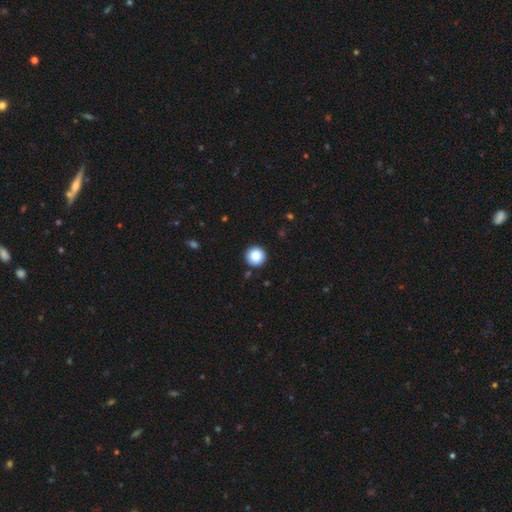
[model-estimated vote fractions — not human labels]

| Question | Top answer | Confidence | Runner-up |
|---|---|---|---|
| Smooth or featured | smooth | 86% | star or artifact (9%) |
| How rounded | round | 96% | in between (3%) |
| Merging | none | 91% | minor disturbance (6%) |